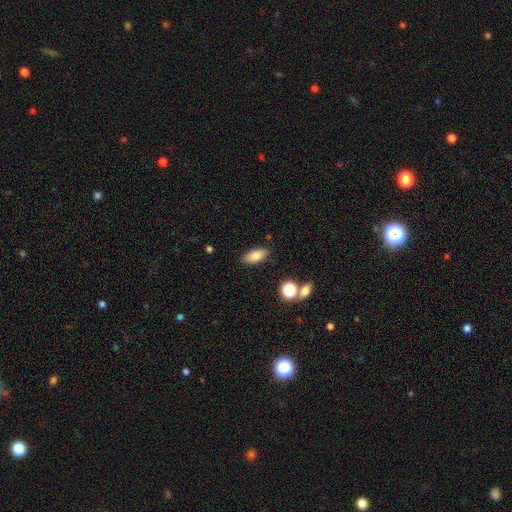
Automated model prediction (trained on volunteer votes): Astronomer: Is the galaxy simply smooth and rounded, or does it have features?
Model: smooth — 78%.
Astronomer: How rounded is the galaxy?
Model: in between — 84%.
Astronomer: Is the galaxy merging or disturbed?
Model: none — 86%.